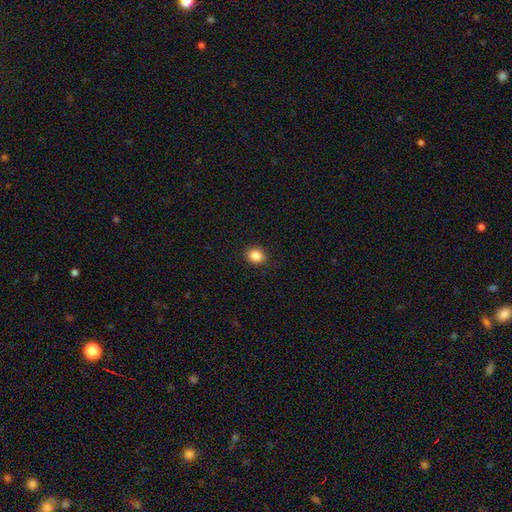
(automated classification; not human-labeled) A smooth galaxy with no disk features (86%) that is round (54%).

Vote fractions:
- Smooth or featured? smooth: 86% / star or artifact: 9% / featured or disk: 4%
- How rounded? round: 54% / in between: 45% / cigar-shaped: 1%
- Merging? none: 89% / minor disturbance: 8% / major disturbance: 2% / merger: 1%